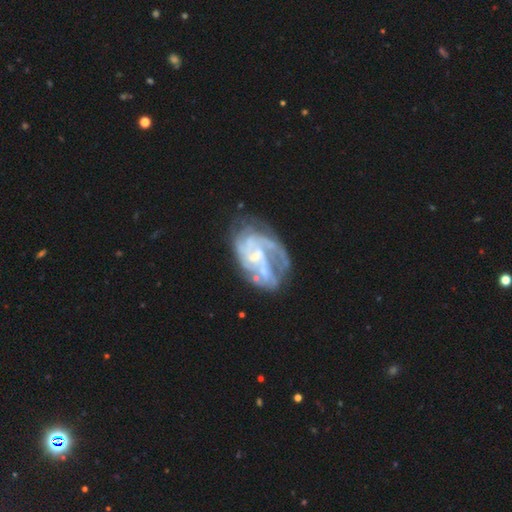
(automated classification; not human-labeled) A featured or disk galaxy (82%) with no bar (51%), tight (42%) spiral arms (81%) and a small central bulge (54%). Merging: none (45%).